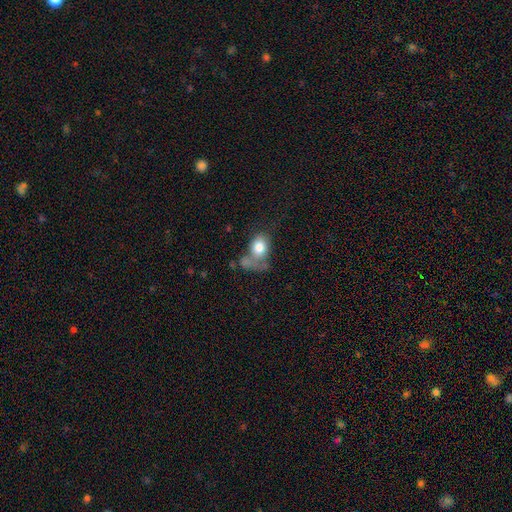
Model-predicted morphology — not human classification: Smooth or featured? smooth (74%)
How rounded? in between (53%)
Merging? none (31%)